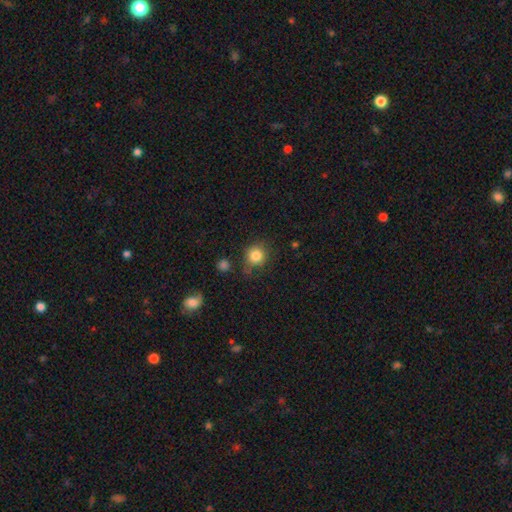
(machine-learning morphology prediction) The model was most divided on "merging": none: 74%, minor disturbance: 16%, major disturbance: 5%, merger: 5%. More confident: how rounded — round (86%); smooth or featured — smooth (83%).